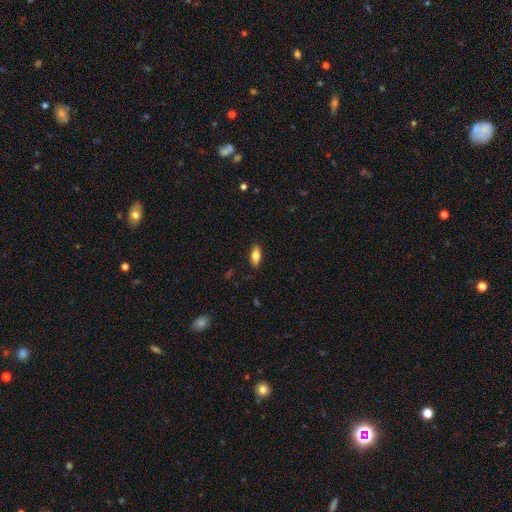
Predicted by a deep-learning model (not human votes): Smooth or featured? Predicted: smooth (p=0.76). How rounded? Predicted: in between (p=0.83). Merging? Predicted: none (p=0.88).